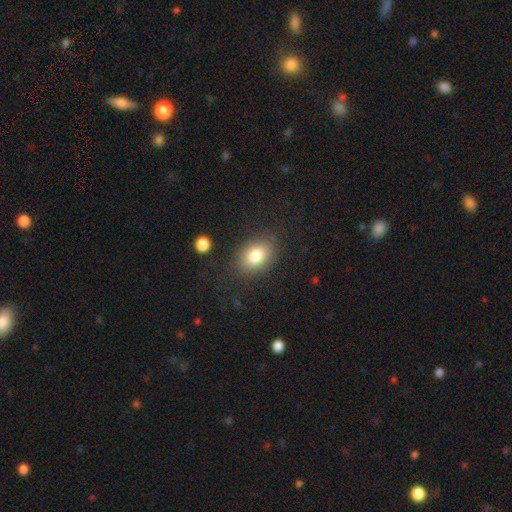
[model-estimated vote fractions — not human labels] This is likely a smooth galaxy (79%). How rounded: likely in between (71%). Merging: clearly none (83%).